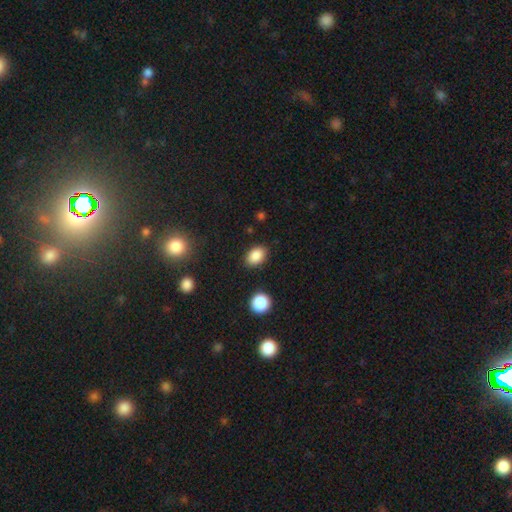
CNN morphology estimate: This appears to be a smooth galaxy with no disk features (86%) that is in between round and cigar-shaped (81%). Merging: none (86%).